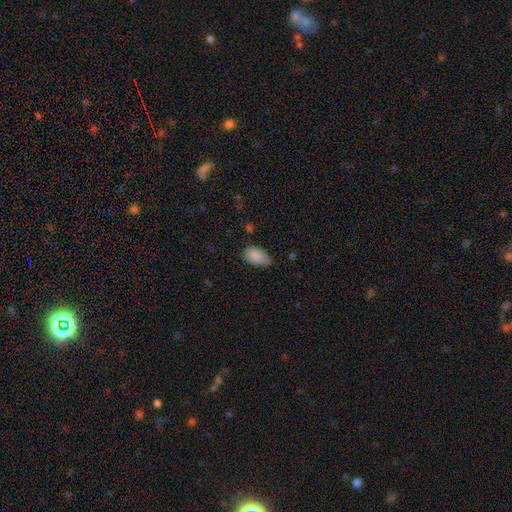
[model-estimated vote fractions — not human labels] A smooth galaxy with no disk features (86%) that is in between round and cigar-shaped (93%).

Vote fractions:
- Smooth or featured? smooth: 86% / star or artifact: 7% / featured or disk: 6%
- How rounded? in between: 93% / round: 5% / cigar-shaped: 2%
- Merging? none: 54% / minor disturbance: 38% / major disturbance: 6% / merger: 2%